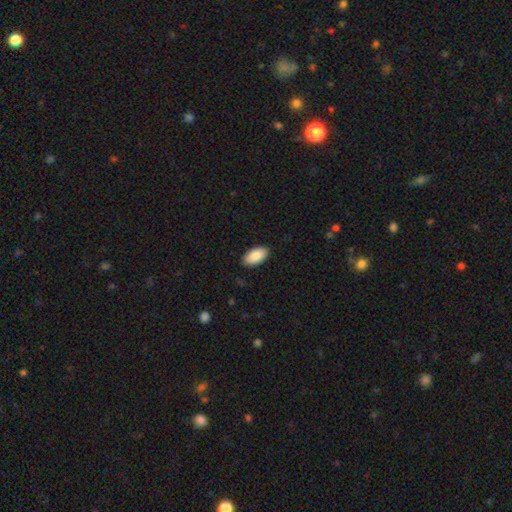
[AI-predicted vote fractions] The model was most divided on "merging": none: 89%, minor disturbance: 8%, major disturbance: 2%, merger: 1%. More confident: how rounded — in between (96%); smooth or featured — smooth (88%).